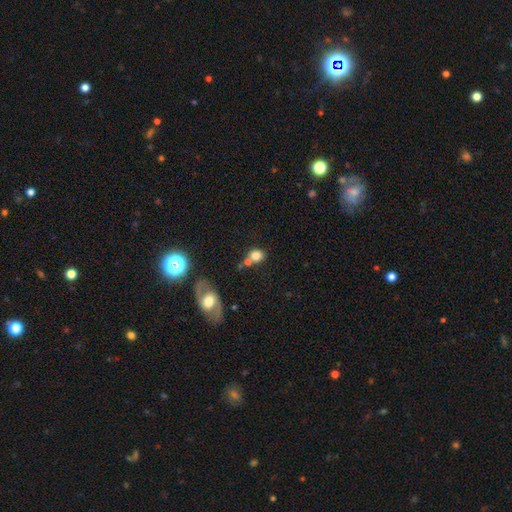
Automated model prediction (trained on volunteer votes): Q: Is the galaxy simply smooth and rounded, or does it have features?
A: smooth — 76%.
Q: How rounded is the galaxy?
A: round — 71%.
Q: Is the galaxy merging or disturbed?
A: none — 54%.